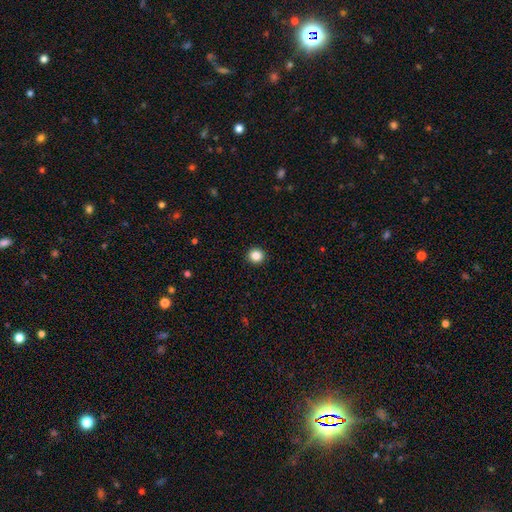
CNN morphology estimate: The model was most divided on "smooth or featured": smooth: 86%, star or artifact: 11%, featured or disk: 3%. More confident: merging — none (93%); how rounded — round (93%).